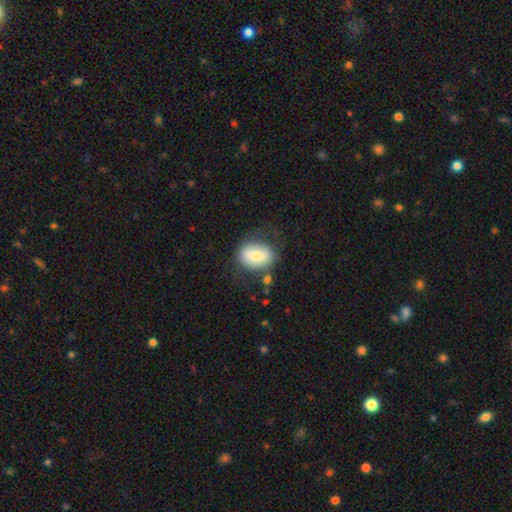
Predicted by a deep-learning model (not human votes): smooth 73%, featured or disk 19%, star or artifact 8%. Down the decision tree: how rounded — in between (67%); merging — none (64%).